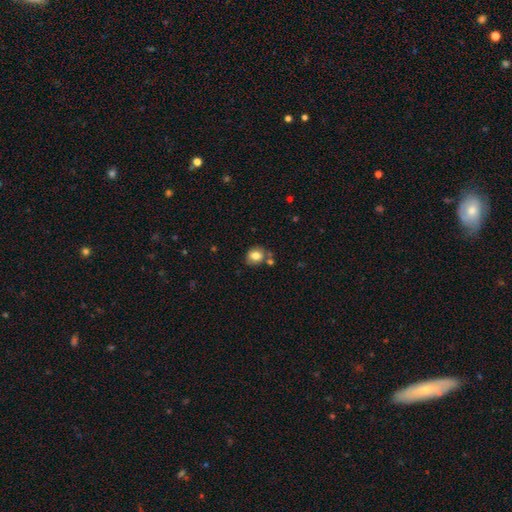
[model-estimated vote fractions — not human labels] A smooth galaxy with no disk features (79%) that is round (59%).

Vote fractions:
- Smooth or featured? smooth: 79% / featured or disk: 12% / star or artifact: 10%
- How rounded? round: 59% / in between: 40% / cigar-shaped: 1%
- Merging? none: 63% / minor disturbance: 17% / merger: 16% / major disturbance: 4%